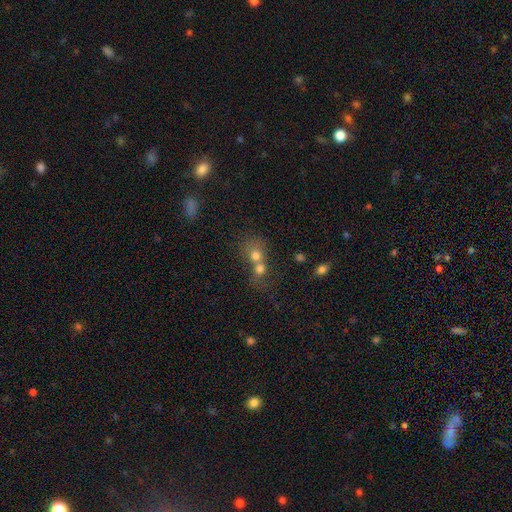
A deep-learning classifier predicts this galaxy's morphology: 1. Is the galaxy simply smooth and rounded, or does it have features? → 70% smooth, 16% featured or disk, 13% star or artifact.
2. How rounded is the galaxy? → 74% round, 25% in between, 1% cigar-shaped.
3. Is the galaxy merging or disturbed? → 69% merger, 22% none, 5% minor disturbance, 4% major disturbance.